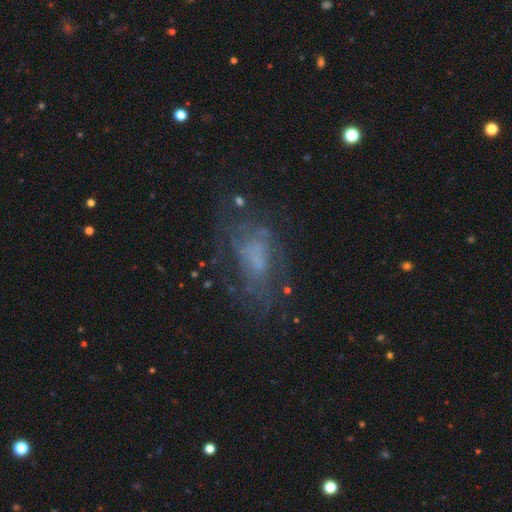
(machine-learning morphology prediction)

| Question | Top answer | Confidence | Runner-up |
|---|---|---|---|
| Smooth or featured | featured or disk | 57% | smooth (28%) |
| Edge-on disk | no | 94% | yes (6%) |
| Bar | no | 72% | weak (23%) |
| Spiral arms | yes | 55% | no (45%) |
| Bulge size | none | 46% | small (22%) |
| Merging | none | 55% | major disturbance (22%) |